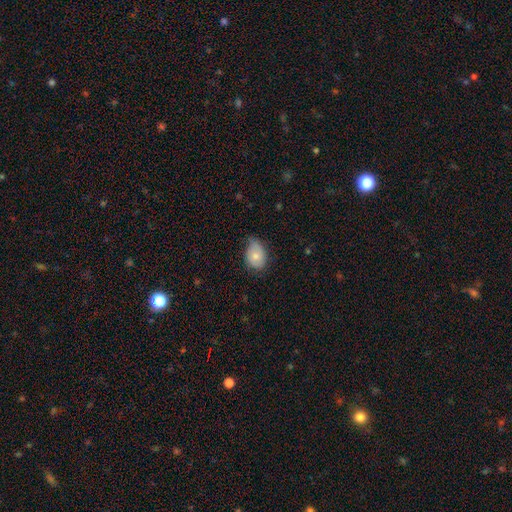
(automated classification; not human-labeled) smooth_or_featured: smooth (p=0.72) [alt: featured or disk p=0.21]
how_rounded: in between (p=0.73) [alt: round p=0.26]
merging: none (p=0.46) [alt: minor disturbance p=0.42]